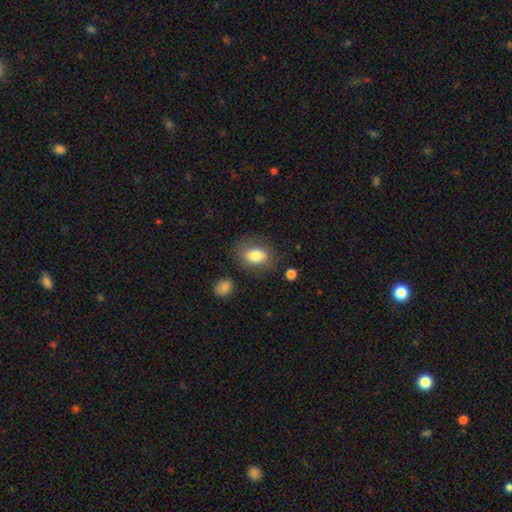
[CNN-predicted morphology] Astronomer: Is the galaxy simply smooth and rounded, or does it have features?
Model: smooth — 81%.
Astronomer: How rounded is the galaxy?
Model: in between — 73%.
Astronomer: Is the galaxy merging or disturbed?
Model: none — 77%.